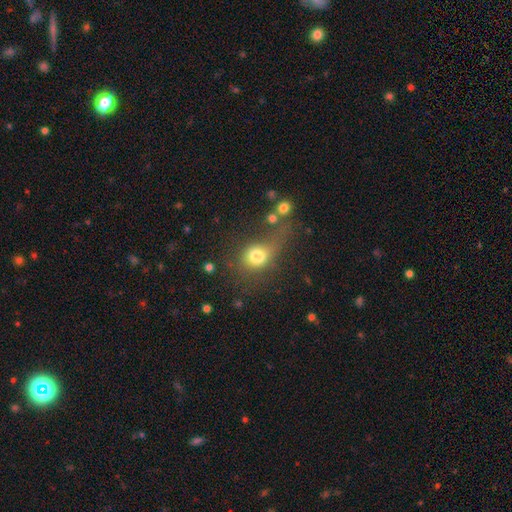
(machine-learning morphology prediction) Smooth or featured? Predicted: smooth (p=0.75). How rounded? Predicted: round (p=0.61). Merging? Predicted: major disturbance (p=0.32).